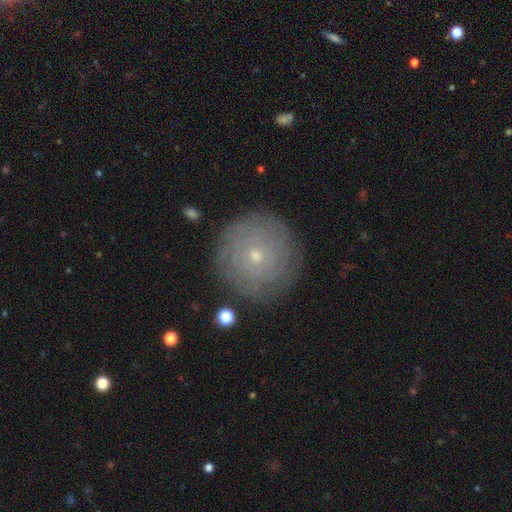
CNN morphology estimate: This appears to be a featured or disk galaxy (63%) with no bar (84%), tight (86%) spiral arms (84%) and a small central bulge (69%). Merging: none (85%).